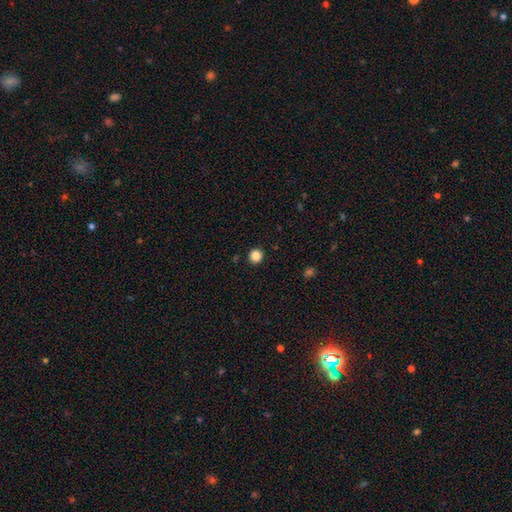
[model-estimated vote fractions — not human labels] Morphology: type=smooth (86%); roundness=round (94%); merging=none (93%).